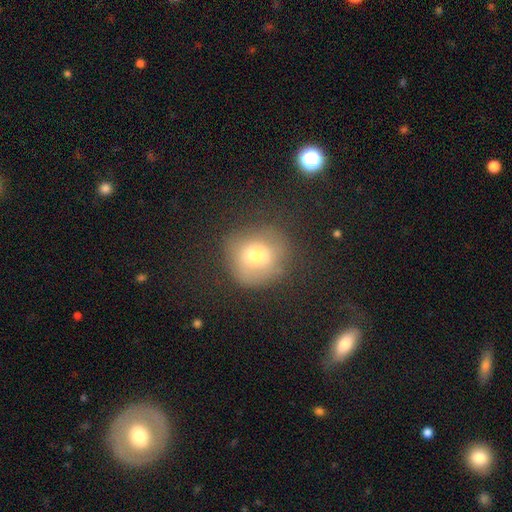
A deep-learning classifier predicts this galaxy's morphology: Smooth or featured? Predicted: smooth (p=0.67). How rounded? Predicted: round (p=0.82). Merging? Predicted: none (p=0.66).